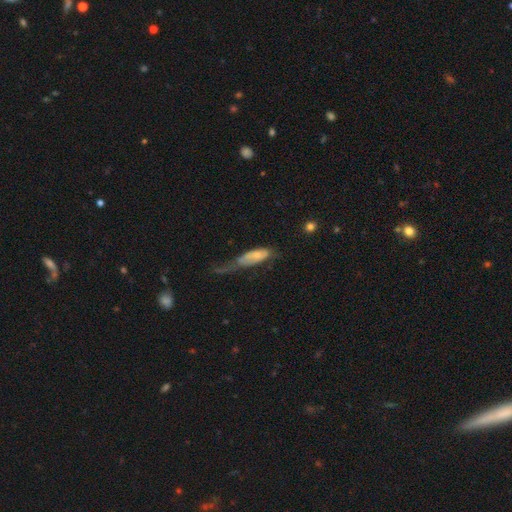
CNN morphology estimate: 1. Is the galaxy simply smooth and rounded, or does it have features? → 59% smooth, 34% featured or disk, 7% star or artifact.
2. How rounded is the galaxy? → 65% in between, 33% cigar-shaped, 3% round.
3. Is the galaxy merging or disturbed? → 51% major disturbance, 25% minor disturbance, 18% none, 6% merger.